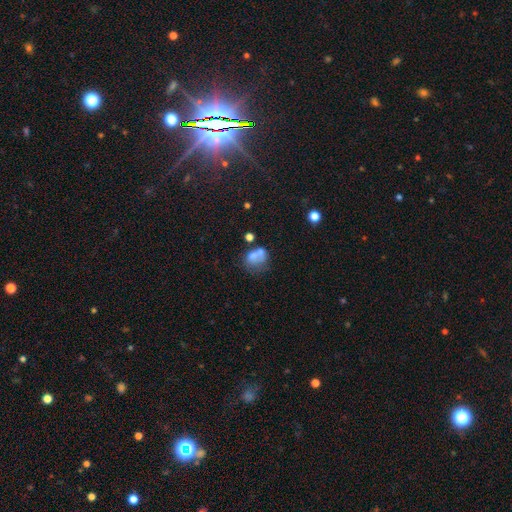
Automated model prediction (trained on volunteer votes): The model was most divided on "how rounded": round: 50%, in between: 49%, cigar-shaped: 1%. Remaining: smooth or featured — smooth (60%); merging — merger (36%).